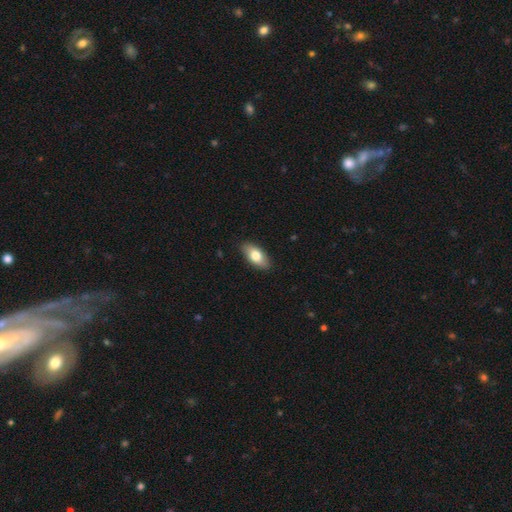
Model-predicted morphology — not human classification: The model was most divided on "smooth or featured": smooth: 76%, featured or disk: 18%, star or artifact: 6%. More confident: how rounded — in between (90%); merging — none (88%).